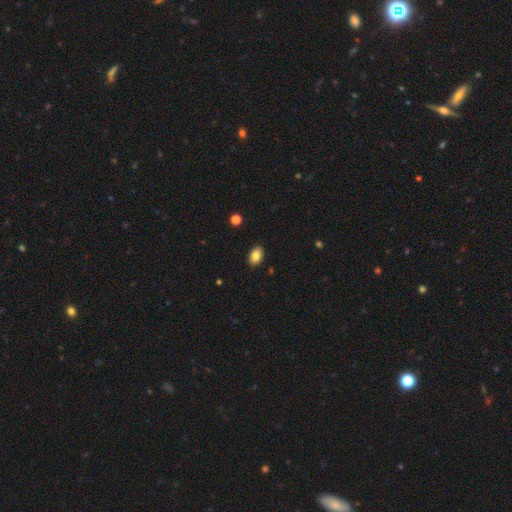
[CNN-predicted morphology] smooth 86%, star or artifact 8%, featured or disk 6%. Down the decision tree: how rounded — in between (88%); merging — none (90%).